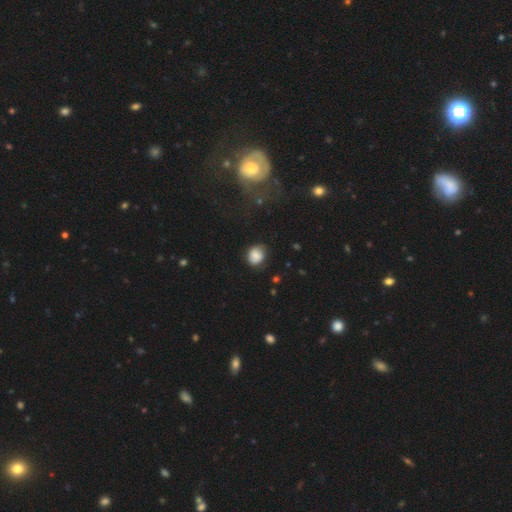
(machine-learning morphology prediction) smooth_or_featured: smooth (p=0.82) [alt: featured or disk p=0.09]
how_rounded: round (p=0.64) [alt: in between p=0.35]
merging: none (p=0.72) [alt: minor disturbance p=0.21]